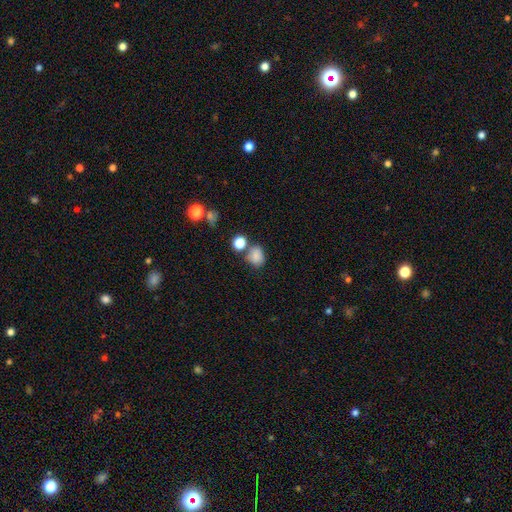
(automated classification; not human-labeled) Smooth or featured?
  - smooth: 82% *
  - star or artifact: 12%
  - featured or disk: 6%
How rounded?
  - round: 52% *
  - in between: 47%
  - cigar-shaped: 1%
Merging?
  - none: 59% *
  - merger: 18%
  - minor disturbance: 17%
  - major disturbance: 6%